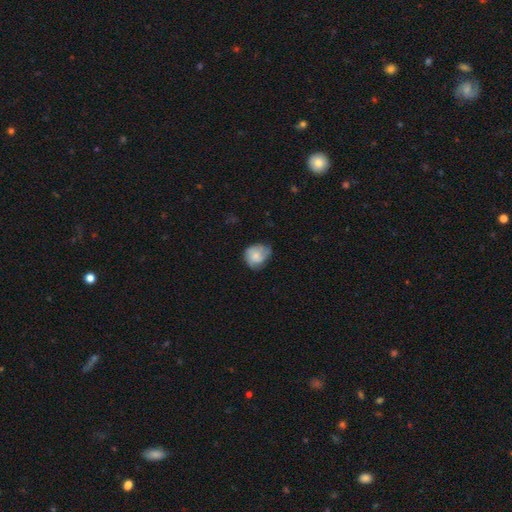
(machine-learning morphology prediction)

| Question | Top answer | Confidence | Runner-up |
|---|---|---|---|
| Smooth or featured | smooth | 59% | featured or disk (33%) |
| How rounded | round | 65% | in between (34%) |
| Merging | none | 55% | minor disturbance (32%) |